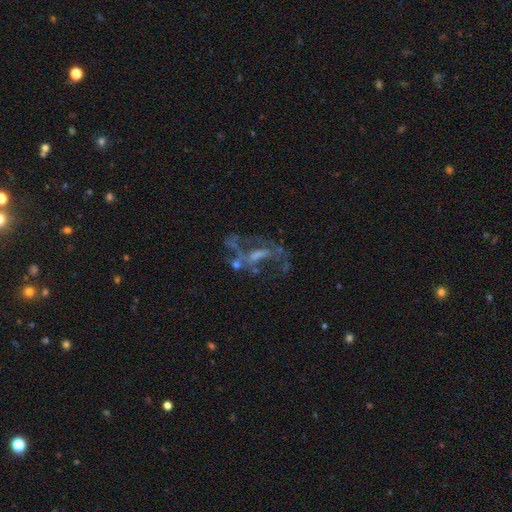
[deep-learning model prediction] This is likely a featured or disk galaxy (70%). It is clearly not viewed edge-on (94%). Bar: possibly no (46%). Spiral arm pattern: possibly no (54%). Central bulge: marginally none (39%). Merging: marginally none (40%).